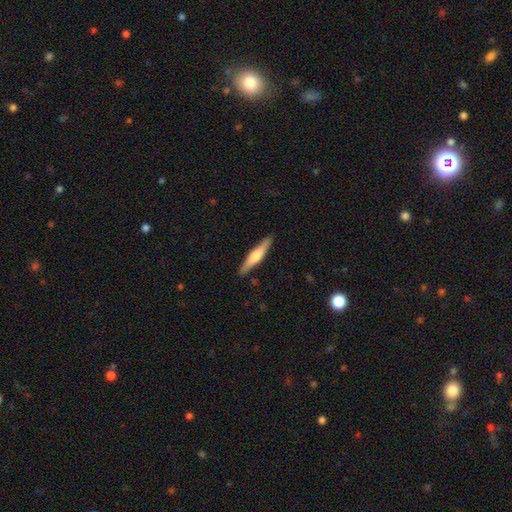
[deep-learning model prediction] Overall: featured or disk (49%; smooth 46%). Merging: none (90%).